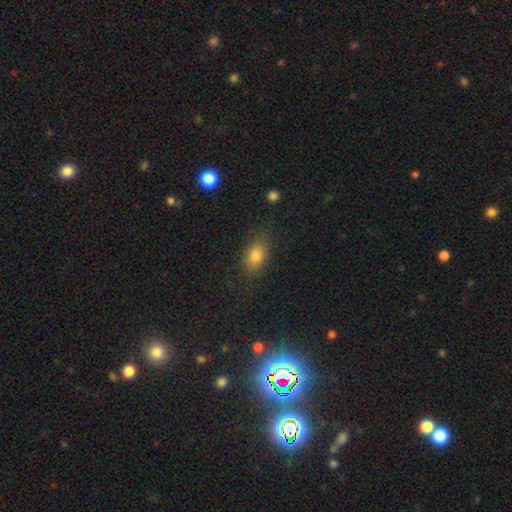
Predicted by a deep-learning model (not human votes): smooth-or-featured: smooth: 78% | star or artifact: 12% | featured or disk: 10%
  how-rounded: in between: 81% | round: 15% | cigar-shaped: 4%
  merging: none: 79% | minor disturbance: 15% | major disturbance: 5% | merger: 1%